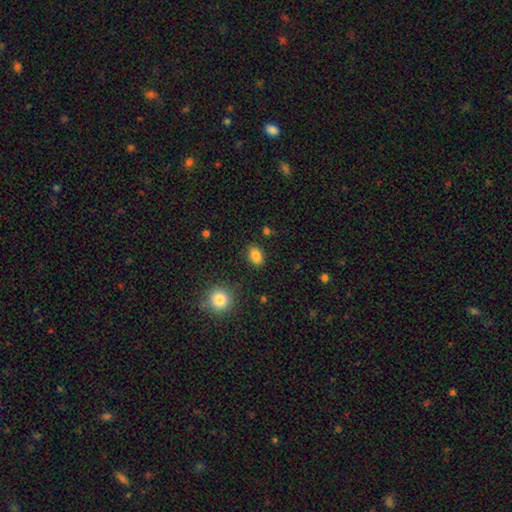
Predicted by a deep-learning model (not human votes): The model was most divided on "how rounded": in between: 81%, round: 17%, cigar-shaped: 1%. More confident: merging — none (86%); smooth or featured — smooth (85%).